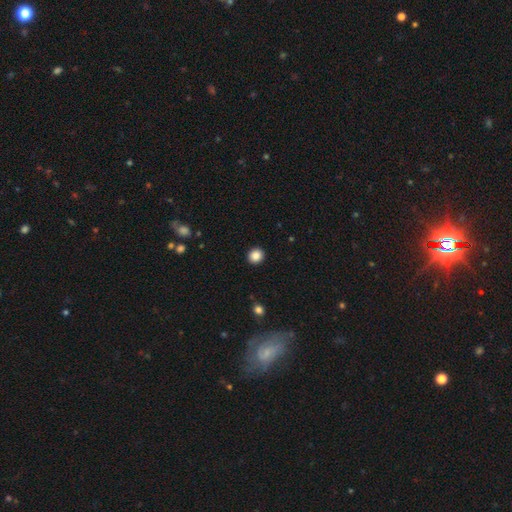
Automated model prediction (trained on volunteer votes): smooth 86%, star or artifact 10%, featured or disk 3%. Down the decision tree: how rounded — round (90%); merging — none (93%).